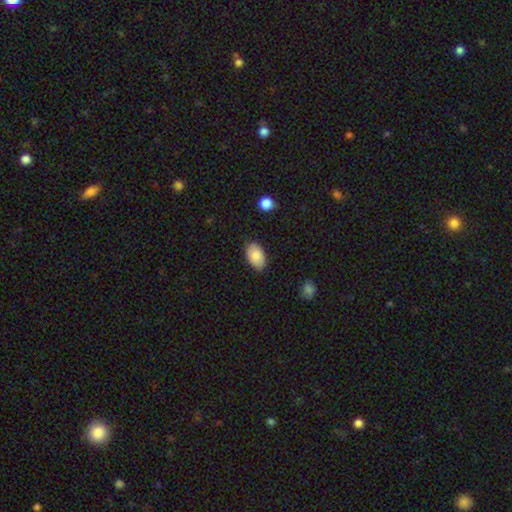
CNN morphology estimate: Smooth or featured?
  - smooth: 86% *
  - featured or disk: 7%
  - star or artifact: 7%
How rounded?
  - in between: 93% *
  - round: 5%
  - cigar-shaped: 1%
Merging?
  - none: 85% *
  - minor disturbance: 12%
  - major disturbance: 2%
  - merger: 1%